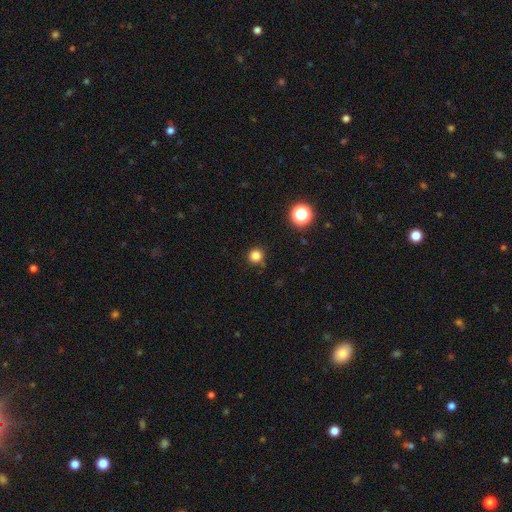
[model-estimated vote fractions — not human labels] This appears to be a smooth galaxy with no disk features (81%) that is round (94%). Merging: none (84%).